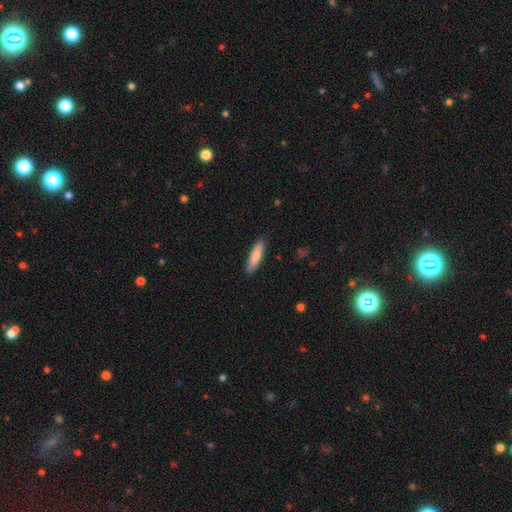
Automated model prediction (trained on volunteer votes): This is clearly a smooth galaxy (83%). How rounded: likely cigar-shaped (70%). Merging: clearly none (86%).